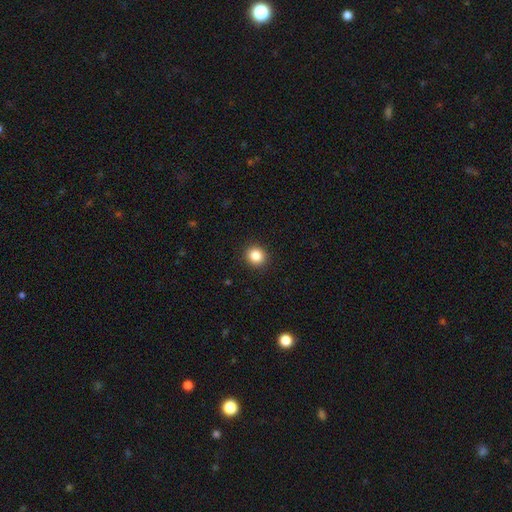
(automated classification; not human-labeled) A smooth galaxy with no disk features (86%) that is round (85%). Merging: none (92%).